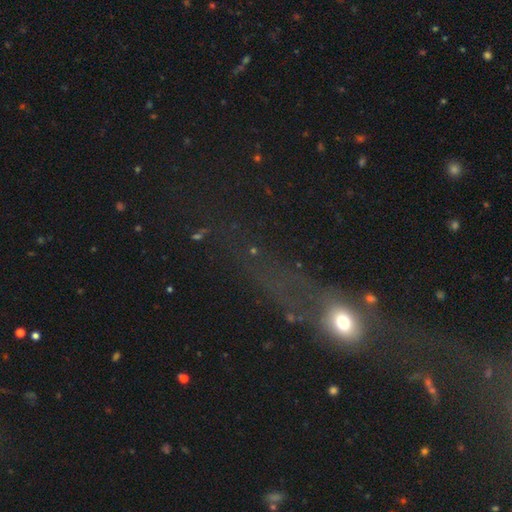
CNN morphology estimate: smooth-or-featured: star or artifact: 44% | smooth: 32% | featured or disk: 24%